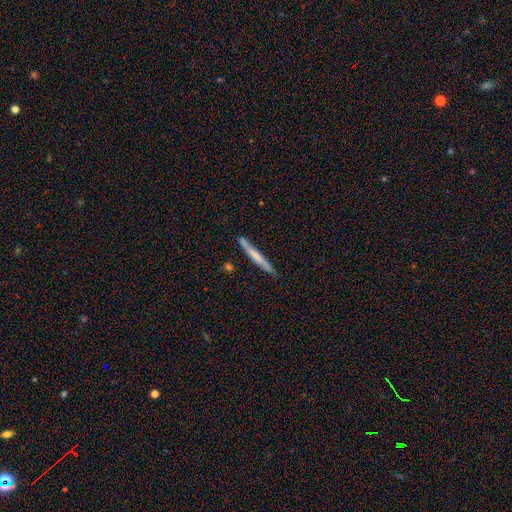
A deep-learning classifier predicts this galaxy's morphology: Smooth or featured? smooth (58%)
How rounded? cigar-shaped (96%)
Merging? none (83%)